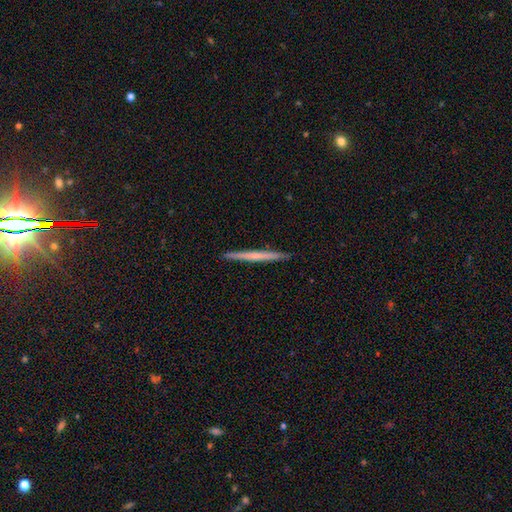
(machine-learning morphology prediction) The model was most divided on "smooth or featured": featured or disk: 54%, smooth: 40%, star or artifact: 6%. More confident: edge-on disk — yes (98%); merging — none (93%); edge-on bulge — none (68%).